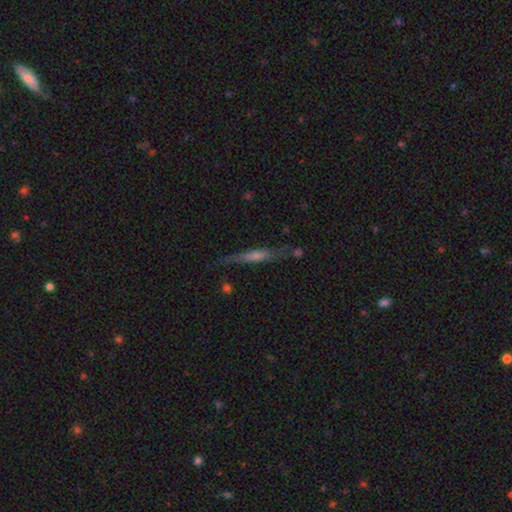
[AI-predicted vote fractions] featured or disk 53%, smooth 38%, star or artifact 9%. Down the decision tree: edge-on disk — yes (89%); merging — none (74%).